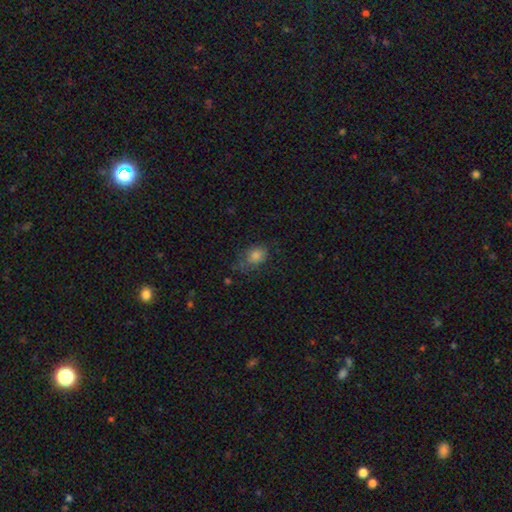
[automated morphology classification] type=smooth (71%); roundness=in between (66%); merging=none (58%).